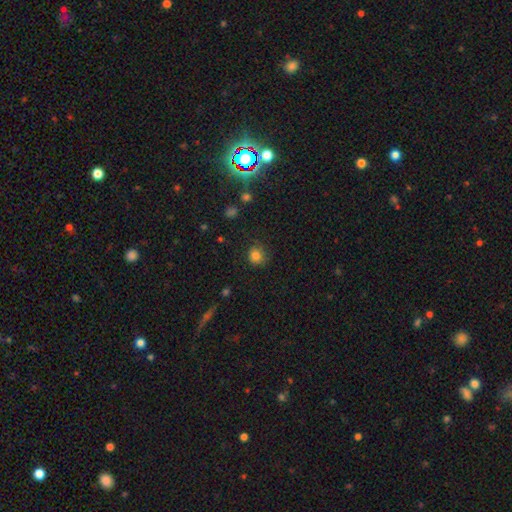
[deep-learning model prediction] This appears to be a smooth galaxy with no disk features (81%) that is round (86%). Merging: none (79%).